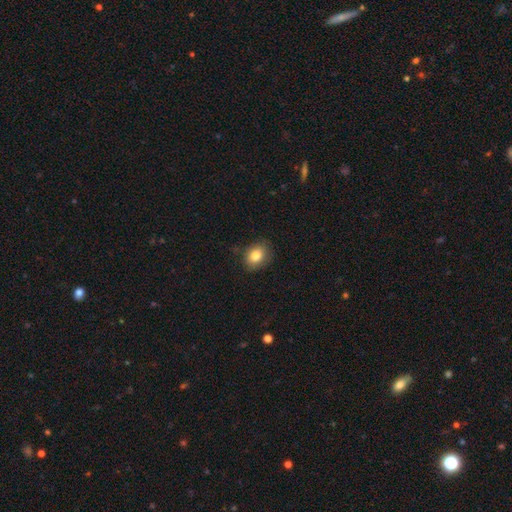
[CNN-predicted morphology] smooth 83%, star or artifact 9%, featured or disk 8%. Down the decision tree: how rounded — in between (56%); merging — none (80%).